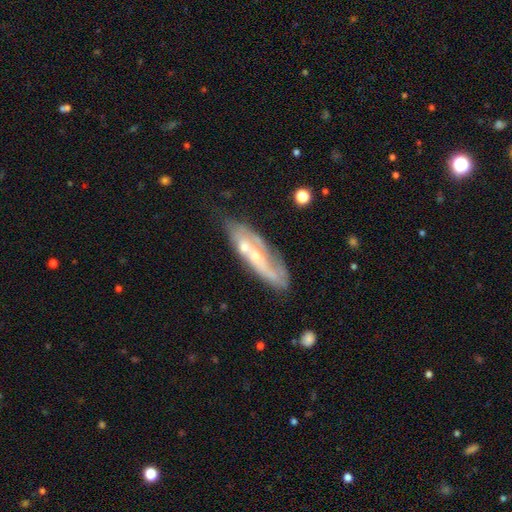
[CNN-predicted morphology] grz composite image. It shows a featured or disk galaxy (67%) with no bar (68%), spiral arms (61%) and a small central bulge (58%). Merging: none (46%).